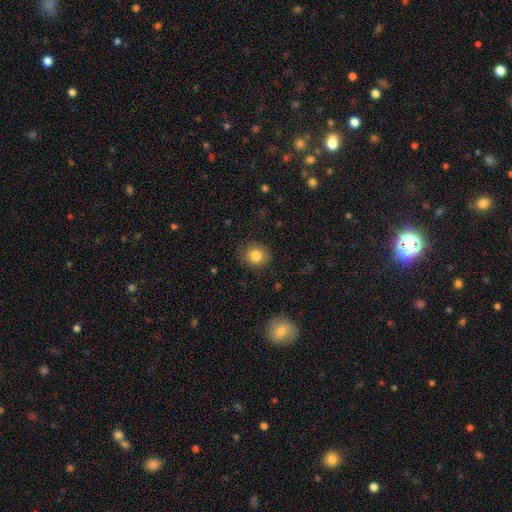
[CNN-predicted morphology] Overall: smooth (83%). How rounded: round (83%). Merging: none (85%).